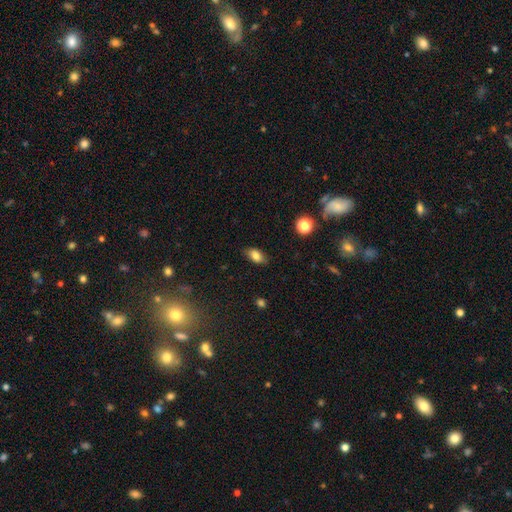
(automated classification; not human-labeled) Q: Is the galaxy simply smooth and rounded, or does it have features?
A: smooth — 82%.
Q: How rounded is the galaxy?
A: in between — 89%.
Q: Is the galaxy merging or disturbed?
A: none — 82%.